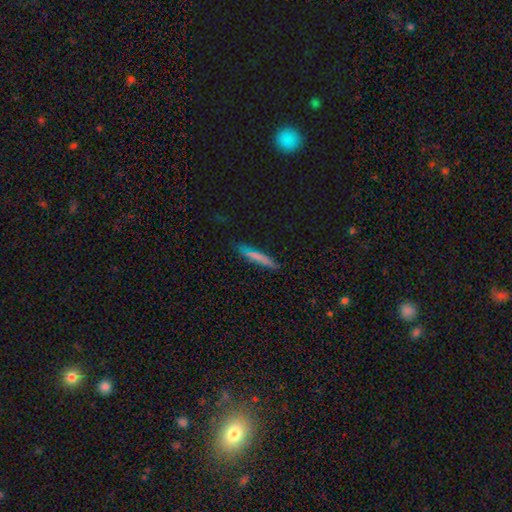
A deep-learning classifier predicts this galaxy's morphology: Smooth or featured: smooth — 72% (featured or disk — 19%)
How rounded: cigar-shaped — 93% (in between — 6%)
Merging: none — 81% (minor disturbance — 14%)